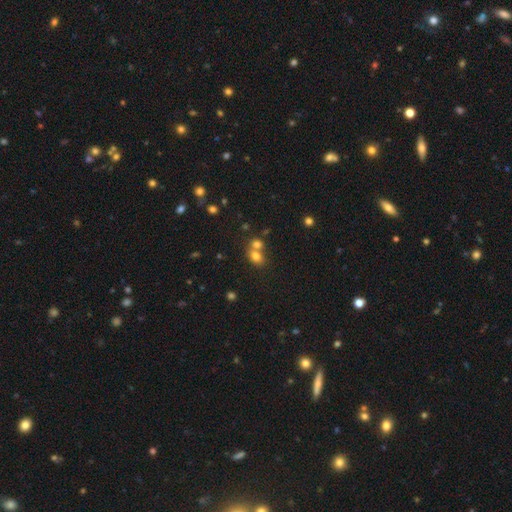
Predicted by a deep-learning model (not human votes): Overall: smooth (76%). How rounded: in between (55%; round 44%). Merging: merger (54%; none 35%).